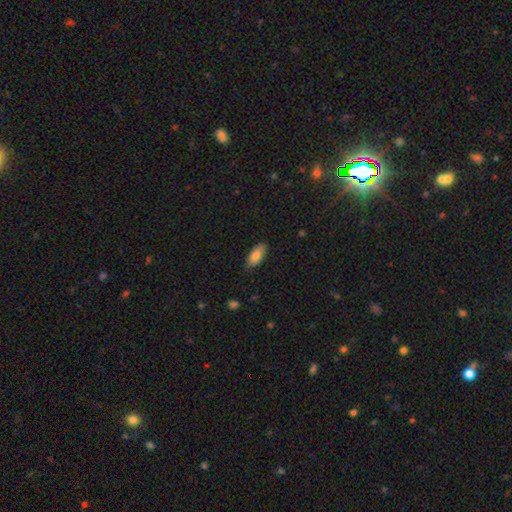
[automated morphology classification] Smooth or featured? smooth (81%)
How rounded? in between (87%)
Merging? none (81%)